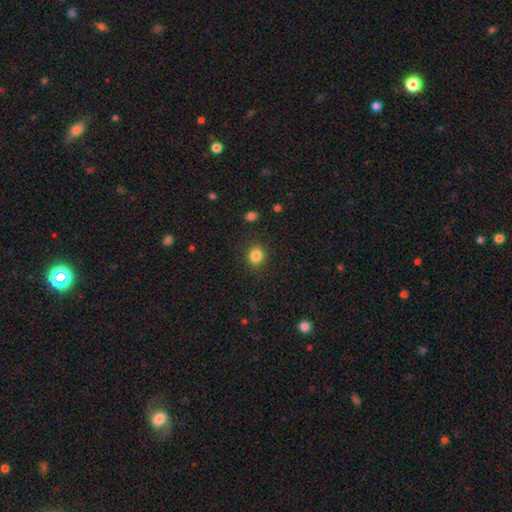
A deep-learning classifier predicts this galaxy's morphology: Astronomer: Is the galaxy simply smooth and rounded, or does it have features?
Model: smooth — 85%.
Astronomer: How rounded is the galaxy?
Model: round — 76%.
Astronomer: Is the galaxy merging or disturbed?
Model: none — 88%.